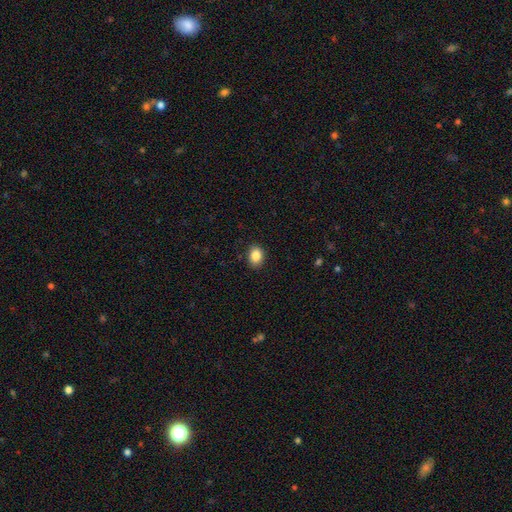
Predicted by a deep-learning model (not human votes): smooth-or-featured: smooth: 86% | star or artifact: 9% | featured or disk: 5%
  how-rounded: in between: 66% | round: 33% | cigar-shaped: 1%
  merging: none: 88% | minor disturbance: 8% | major disturbance: 2% | merger: 1%